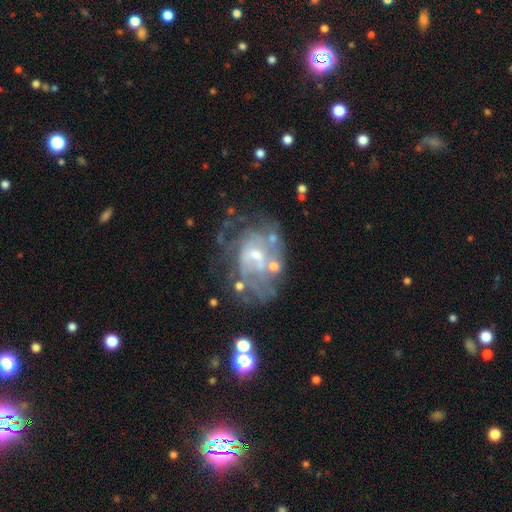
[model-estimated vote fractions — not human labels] This is likely a featured or disk galaxy (75%). It is clearly not viewed edge-on (97%). Bar: possibly no (51%). Spiral arm pattern: likely yes (66%). Central bulge: possibly small (56%). Merging: possibly none (46%).